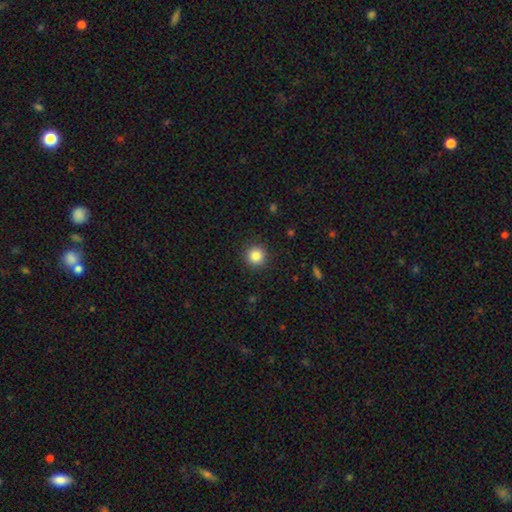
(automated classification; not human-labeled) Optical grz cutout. It shows a smooth galaxy with no disk features (85%) that is round (95%). Merging: none (91%).